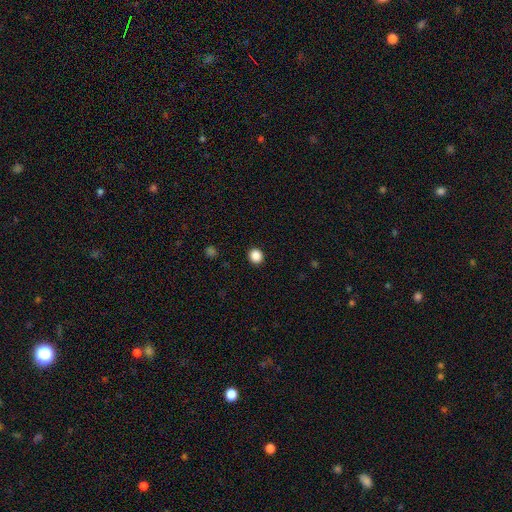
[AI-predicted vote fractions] smooth_or_featured: smooth (p=0.87) [alt: star or artifact p=0.10]
how_rounded: round (p=0.87) [alt: in between p=0.12]
merging: none (p=0.93) [alt: minor disturbance p=0.05]